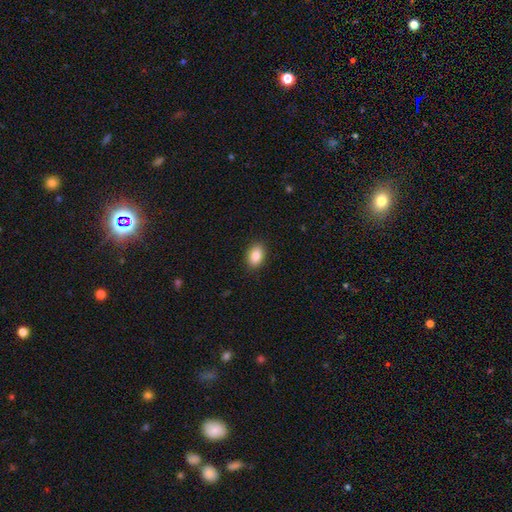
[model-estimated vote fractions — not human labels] Q: Smooth or featured?
A: smooth (87%); runner-up: star or artifact (8%)
Q: How rounded?
A: in between (86%); runner-up: round (12%)
Q: Merging?
A: none (90%); runner-up: minor disturbance (8%)